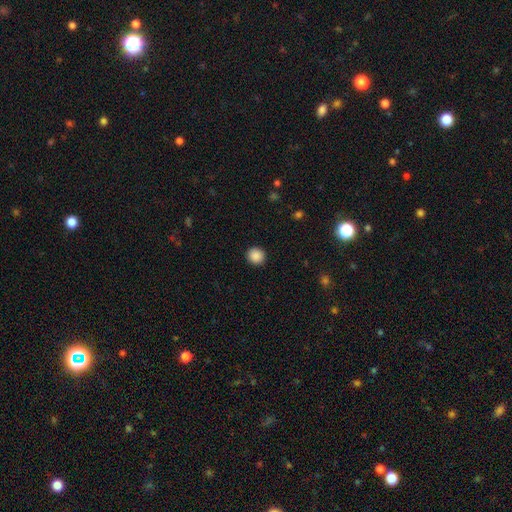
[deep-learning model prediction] Q: Smooth or featured?
A: smooth (89%); runner-up: star or artifact (9%)
Q: How rounded?
A: round (91%); runner-up: in between (8%)
Q: Merging?
A: none (92%); runner-up: minor disturbance (5%)